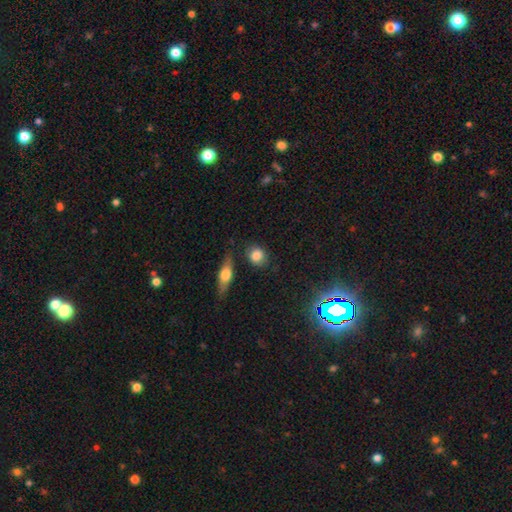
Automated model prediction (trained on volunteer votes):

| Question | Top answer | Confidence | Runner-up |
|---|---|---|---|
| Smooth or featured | smooth | 82% | star or artifact (10%) |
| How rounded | round | 70% | in between (28%) |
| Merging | none | 77% | minor disturbance (14%) |